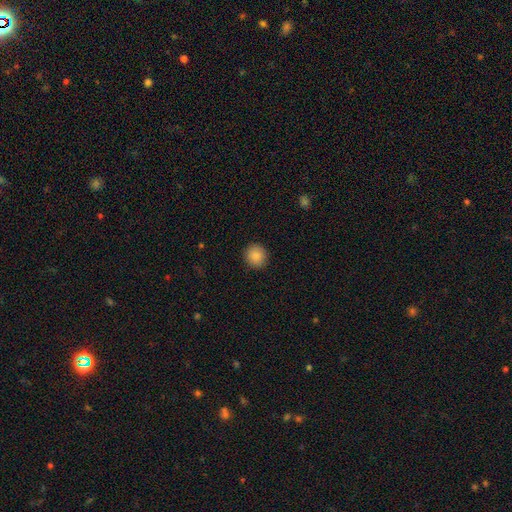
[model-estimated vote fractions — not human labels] Smooth or featured? Predicted: smooth (p=0.87). How rounded? Predicted: round (p=0.90). Merging? Predicted: none (p=0.91).